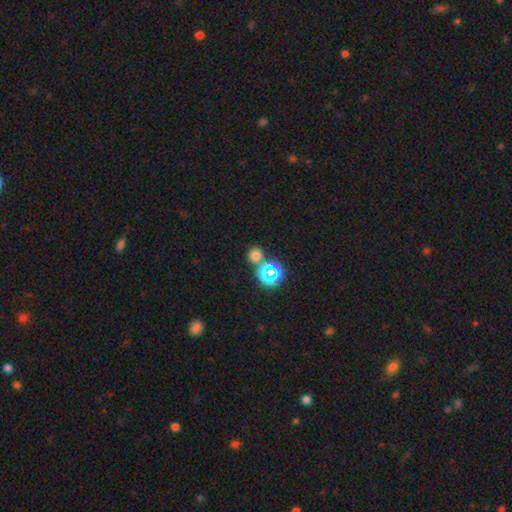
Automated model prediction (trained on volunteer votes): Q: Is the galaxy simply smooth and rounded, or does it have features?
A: smooth — 68%.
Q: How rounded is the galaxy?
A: round — 88%.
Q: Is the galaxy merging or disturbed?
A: none — 73%.